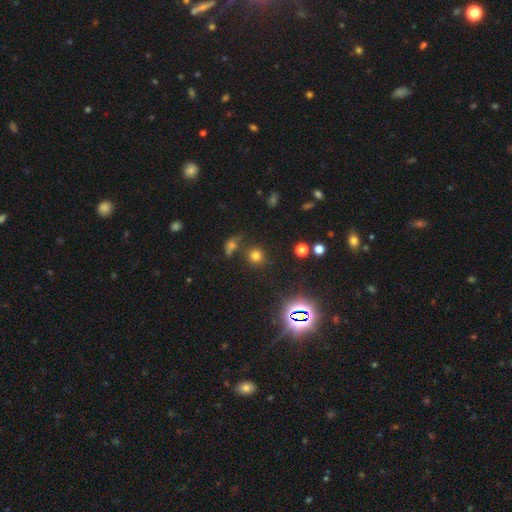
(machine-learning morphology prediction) type=smooth (69%); roundness=round (89%); merging=none (77%).